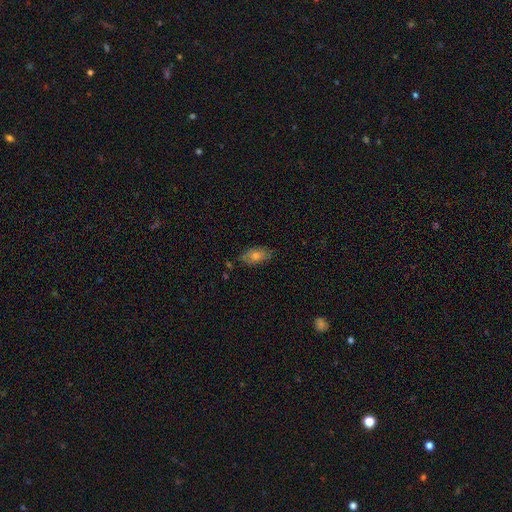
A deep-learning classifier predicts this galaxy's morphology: smooth_or_featured: smooth (p=0.58) [alt: featured or disk p=0.30]
how_rounded: in between (p=0.86) [alt: round p=0.09]
merging: none (p=0.77) [alt: minor disturbance p=0.17]